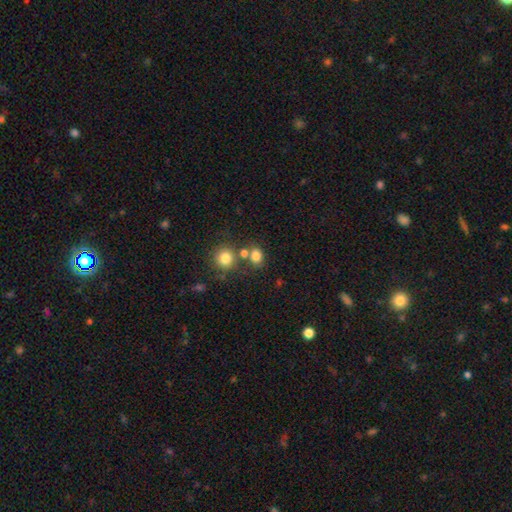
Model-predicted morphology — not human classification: smooth-or-featured: smooth: 80% | star or artifact: 13% | featured or disk: 7%
  how-rounded: in between: 54% | round: 45% | cigar-shaped: 1%
  merging: none: 57% | merger: 28% | minor disturbance: 11% | major disturbance: 5%